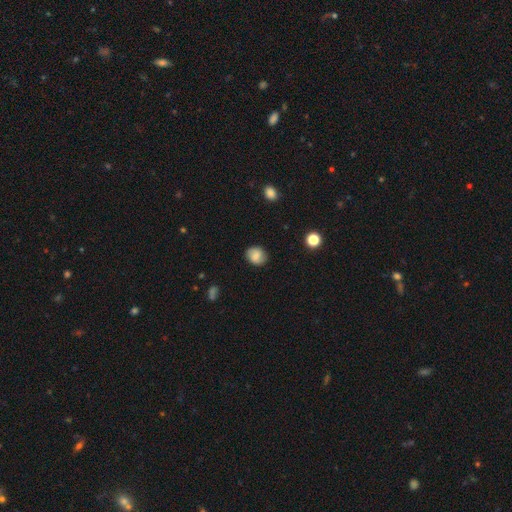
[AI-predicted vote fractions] This is likely a smooth galaxy (78%). How rounded: likely round (64%). Merging: clearly none (83%).